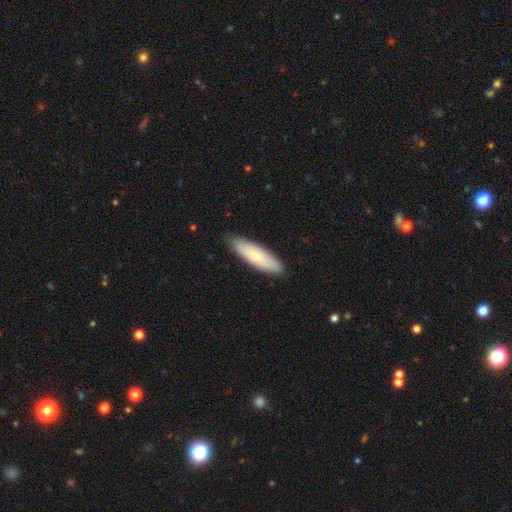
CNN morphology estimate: Overall: smooth (71%). How rounded: cigar-shaped (60%; in between 38%). Merging: none (87%).